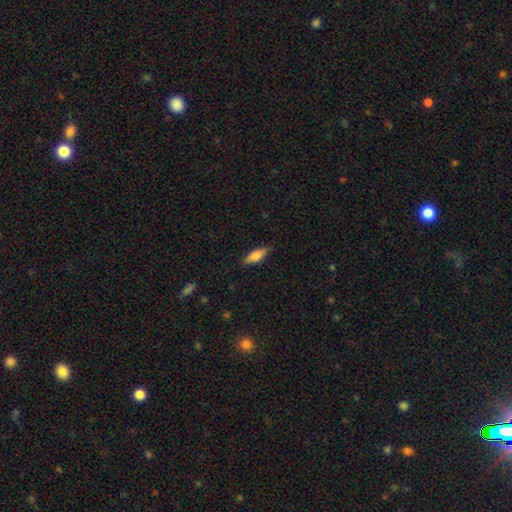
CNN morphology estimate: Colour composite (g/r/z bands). It shows a smooth galaxy with no disk features (66%) that is in between round and cigar-shaped (53%). Merging: none (84%).